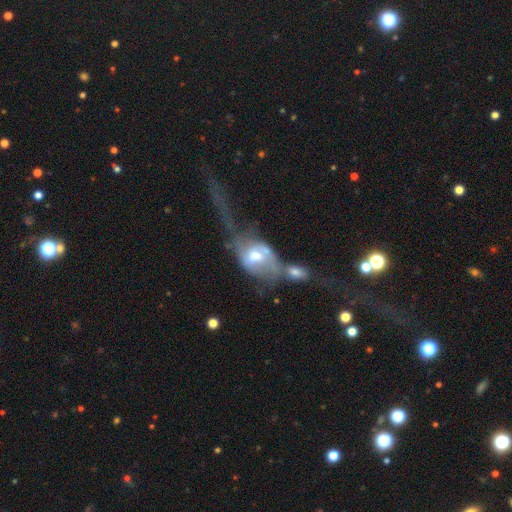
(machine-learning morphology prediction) A featured or disk galaxy (57%) with no bar (60%), no spiral arms (56%) and a moderate central bulge (64%).

Vote fractions:
- Smooth or featured? featured or disk: 57% / smooth: 35% / star or artifact: 8%
- Edge-on disk? no: 90% / yes: 10%
- Bar? no: 60% / weak: 30% / strong: 9%
- Spiral arms? no: 56% / yes: 44%
- Bulge size? moderate: 64% / large: 18% / small: 14% / none: 3% / dominant: 2%
- Merging? merger: 47% / major disturbance: 31% / none: 12% / minor disturbance: 10%